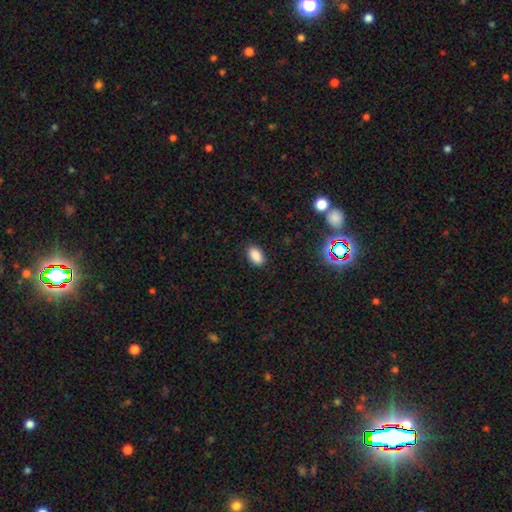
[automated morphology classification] Smooth or featured? Predicted: smooth (p=0.87). How rounded? Predicted: in between (p=0.91). Merging? Predicted: none (p=0.87).